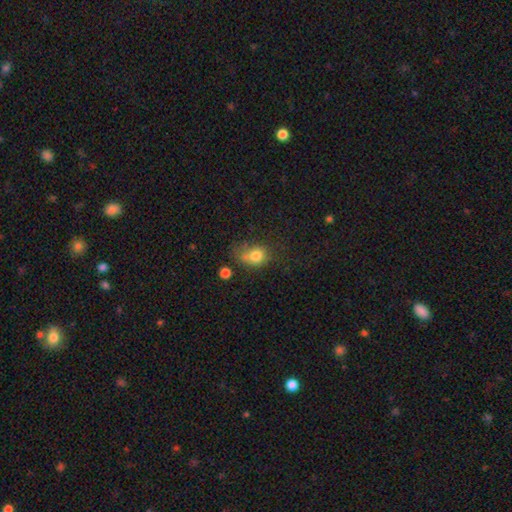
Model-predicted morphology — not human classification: Smooth or featured?
  - smooth: 77% *
  - star or artifact: 12%
  - featured or disk: 11%
How rounded?
  - round: 51% *
  - in between: 48%
  - cigar-shaped: 1%
Merging?
  - none: 38% *
  - minor disturbance: 28%
  - major disturbance: 21%
  - merger: 13%